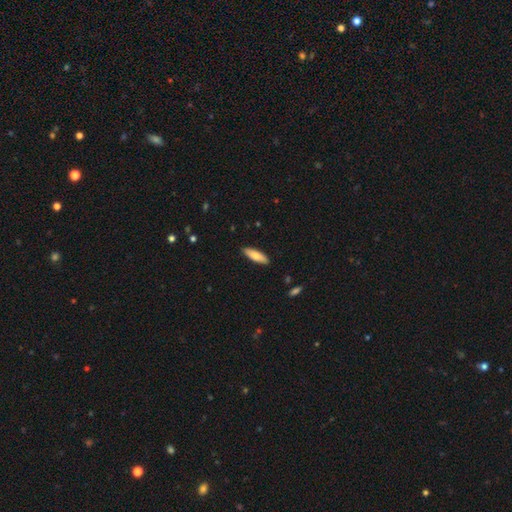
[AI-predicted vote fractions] This is likely a smooth galaxy (73%). How rounded: possibly cigar-shaped (52%). Merging: clearly none (89%).